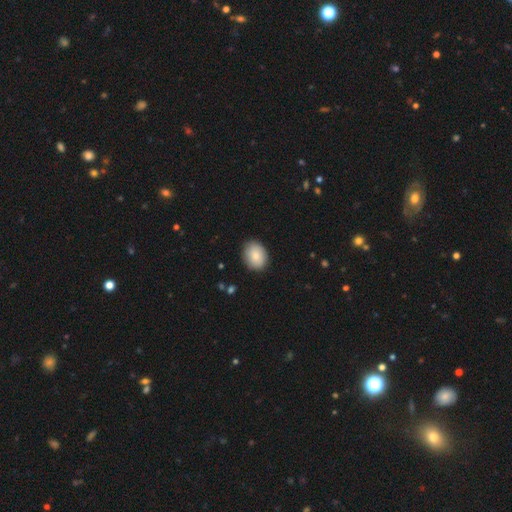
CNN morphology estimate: The model was most divided on "how rounded": in between: 54%, round: 45%, cigar-shaped: 1%. More confident: merging — none (86%); smooth or featured — smooth (84%).